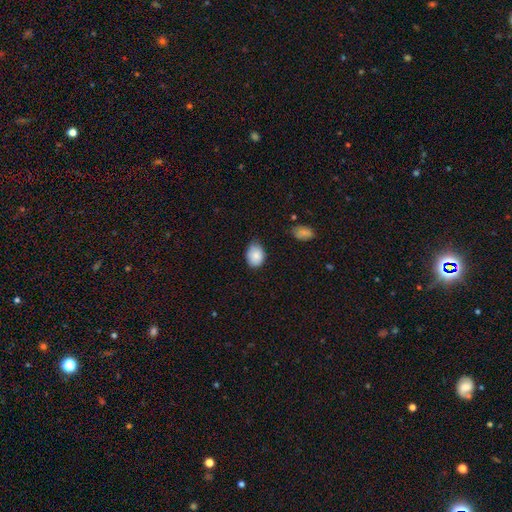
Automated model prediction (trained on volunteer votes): Overall: smooth (86%). How rounded: in between (71%). Merging: none (61%; minor disturbance 33%).